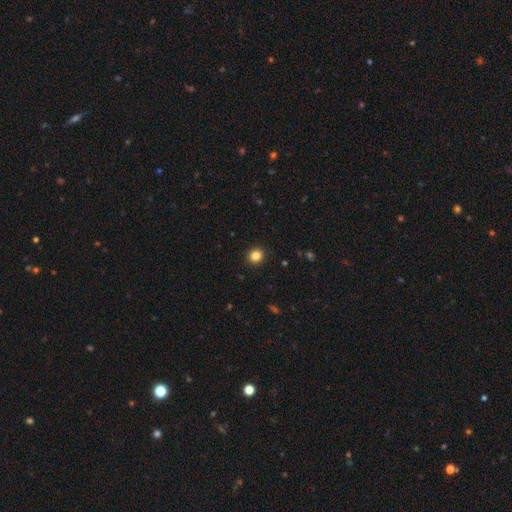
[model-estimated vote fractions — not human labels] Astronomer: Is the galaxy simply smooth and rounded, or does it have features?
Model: smooth — 85%.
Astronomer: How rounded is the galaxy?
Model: round — 87%.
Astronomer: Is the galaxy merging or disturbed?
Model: none — 92%.